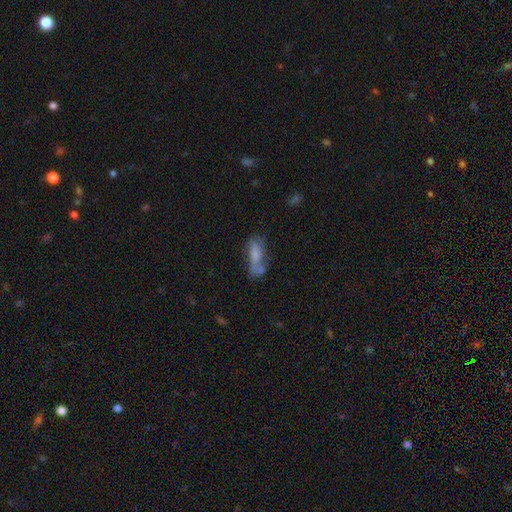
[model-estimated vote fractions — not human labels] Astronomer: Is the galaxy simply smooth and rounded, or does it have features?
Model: smooth — 62%.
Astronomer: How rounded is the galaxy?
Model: in between — 55% (runner-up: cigar-shaped, 42%).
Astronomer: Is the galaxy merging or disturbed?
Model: none — 37% (runner-up: merger, 29%).